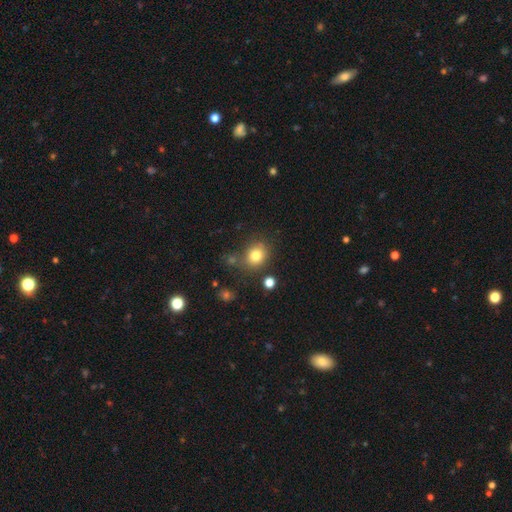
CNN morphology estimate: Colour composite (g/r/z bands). It shows a smooth galaxy with no disk features (79%) that is round (70%). Merging: none (73%).